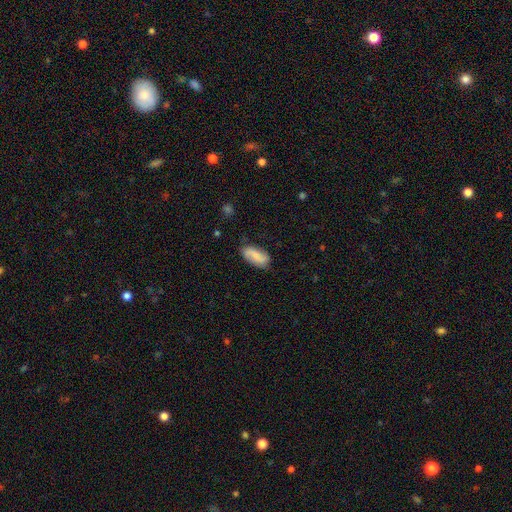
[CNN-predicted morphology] Smooth or featured? Predicted: smooth (p=0.68). How rounded? Predicted: in between (p=0.87). Merging? Predicted: none (p=0.77).